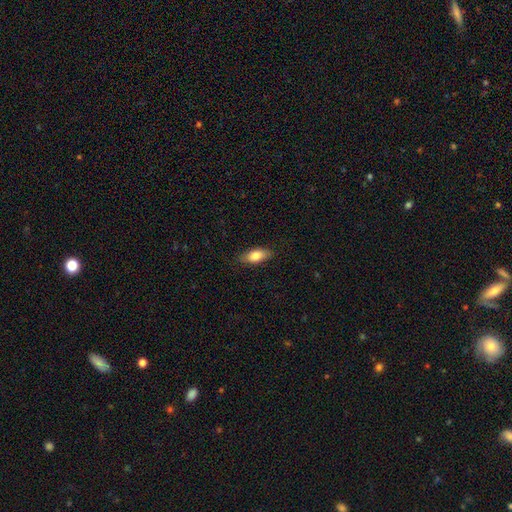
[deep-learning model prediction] smooth-or-featured: smooth: 80% | featured or disk: 13% | star or artifact: 6%
  how-rounded: in between: 82% | cigar-shaped: 15% | round: 3%
  merging: none: 85% | minor disturbance: 12% | major disturbance: 2% | merger: 1%